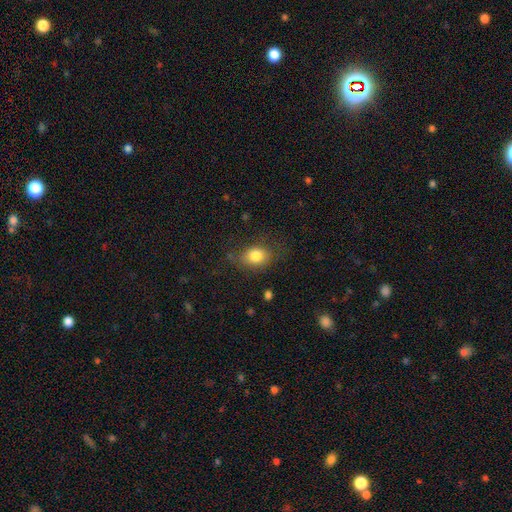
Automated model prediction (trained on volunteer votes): smooth-or-featured: smooth: 81% | featured or disk: 10% | star or artifact: 9%
  how-rounded: in between: 62% | round: 37% | cigar-shaped: 1%
  merging: none: 66% | minor disturbance: 23% | major disturbance: 10% | merger: 2%